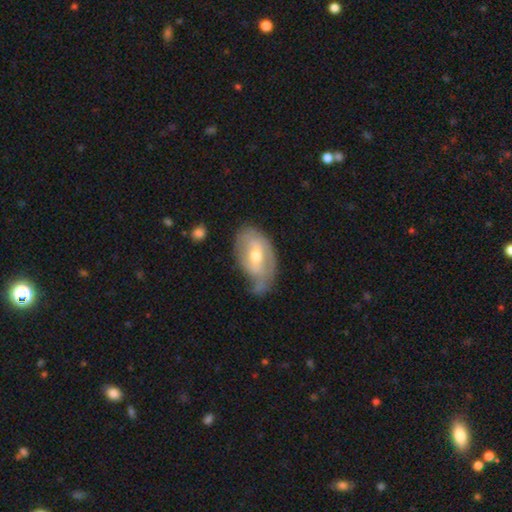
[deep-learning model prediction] A featured or disk galaxy (64%) with no bar (44%), spiral arms (69%) and a moderate central bulge (66%).

Vote fractions:
- Smooth or featured? featured or disk: 64% / smooth: 30% / star or artifact: 6%
- Edge-on disk? no: 93% / yes: 7%
- Bar? no: 44% / weak: 42% / strong: 14%
- Spiral arms? yes: 69% / no: 31%
- Bulge size? moderate: 66% / small: 28% / large: 4% / none: 1% / dominant: 1%
- Merging? none: 40% / minor disturbance: 37% / major disturbance: 19% / merger: 4%